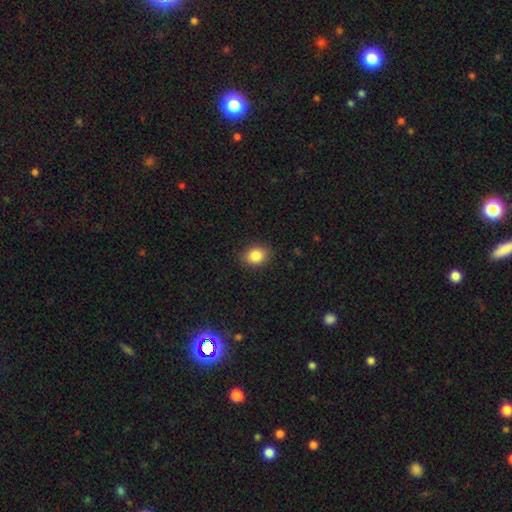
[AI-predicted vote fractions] This is clearly a smooth galaxy (86%). How rounded: possibly round (51%). Merging: clearly none (86%).